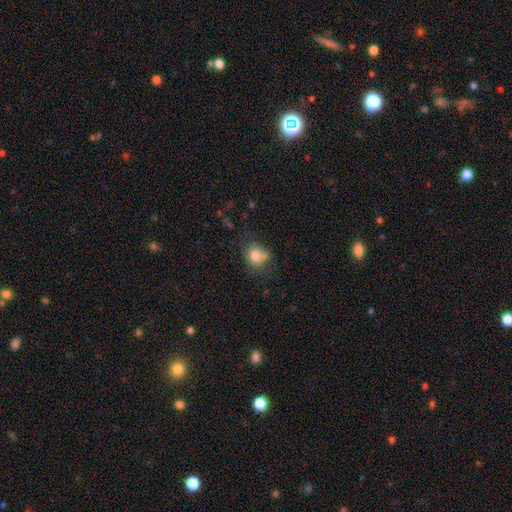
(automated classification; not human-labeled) smooth_or_featured: smooth (p=0.78) [alt: featured or disk p=0.11]
how_rounded: round (p=0.68) [alt: in between p=0.31]
merging: none (p=0.51) [alt: minor disturbance p=0.24]